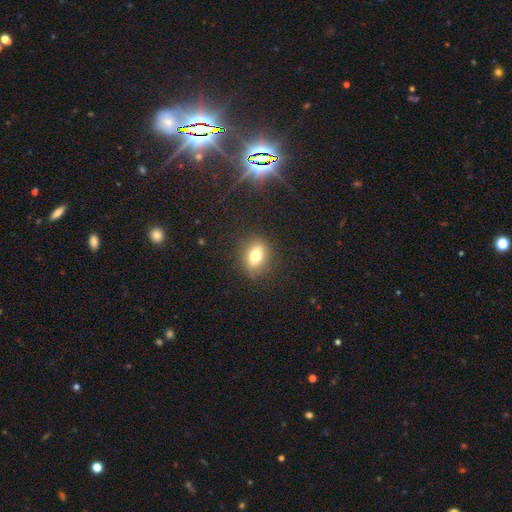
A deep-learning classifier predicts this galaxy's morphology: smooth_or_featured: smooth (p=0.75) [alt: featured or disk p=0.13]
how_rounded: in between (p=0.60) [alt: round p=0.38]
merging: none (p=0.85) [alt: minor disturbance p=0.10]